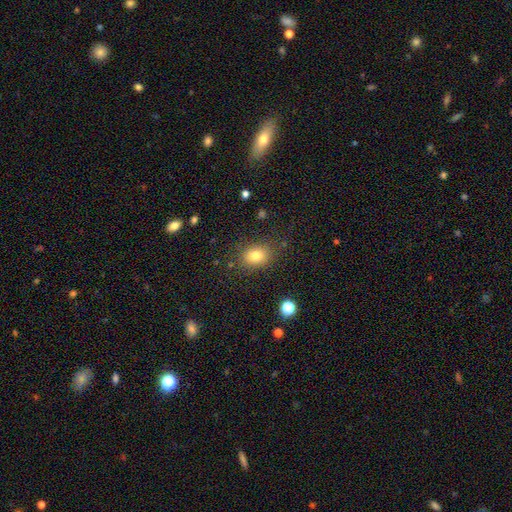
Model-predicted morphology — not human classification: smooth 78%, star or artifact 12%, featured or disk 10%. Down the decision tree: how rounded — in between (57%); merging — none (82%).